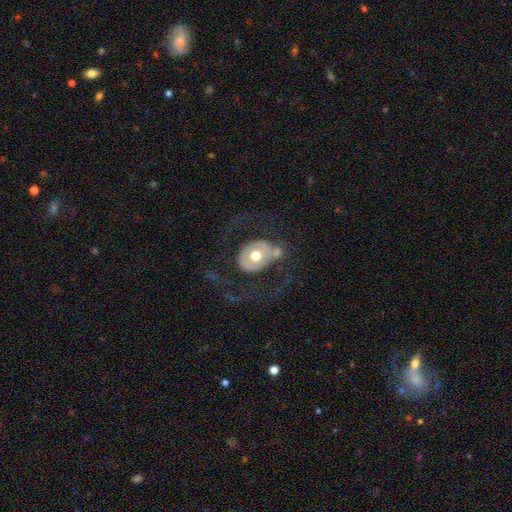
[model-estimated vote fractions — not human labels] Q: Smooth or featured?
A: featured or disk (58%); runner-up: smooth (36%)
Q: Edge-on disk?
A: no (94%); runner-up: yes (6%)
Q: Bar?
A: no (82%); runner-up: weak (13%)
Q: Spiral arms?
A: no (66%); runner-up: yes (34%)
Q: Bulge size?
A: moderate (71%); runner-up: large (20%)
Q: Merging?
A: none (43%); runner-up: major disturbance (28%)